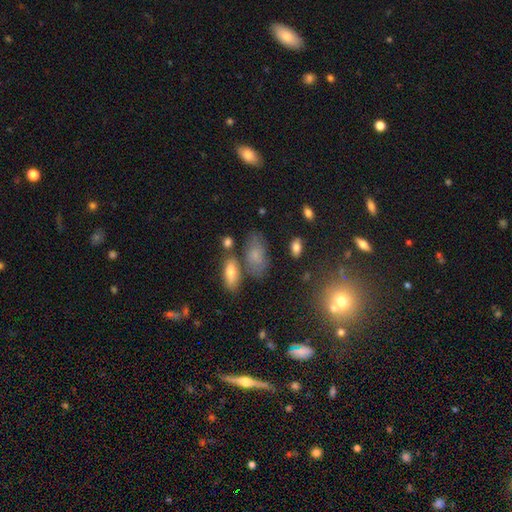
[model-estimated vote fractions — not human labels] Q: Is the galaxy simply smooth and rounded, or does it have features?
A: smooth — 66%.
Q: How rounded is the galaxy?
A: in between — 87%.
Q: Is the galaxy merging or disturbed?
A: none — 62%.